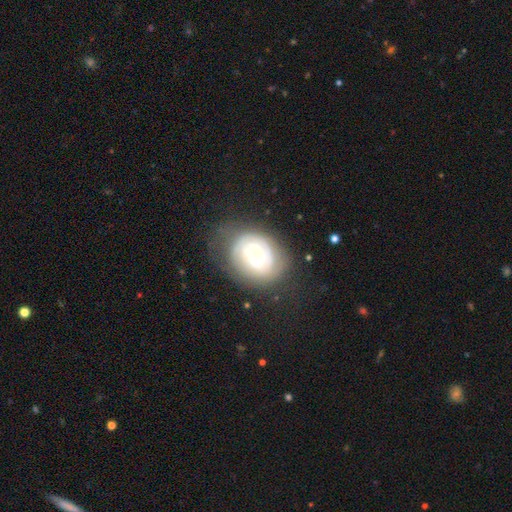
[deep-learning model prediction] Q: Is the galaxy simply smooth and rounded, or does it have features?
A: featured or disk — 64%.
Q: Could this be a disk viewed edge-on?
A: no — 97%.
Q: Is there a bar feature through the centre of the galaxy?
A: no — 55%.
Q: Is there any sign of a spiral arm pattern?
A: yes — 77%.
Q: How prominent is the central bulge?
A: small — 58%.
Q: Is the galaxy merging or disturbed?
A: none — 60%.